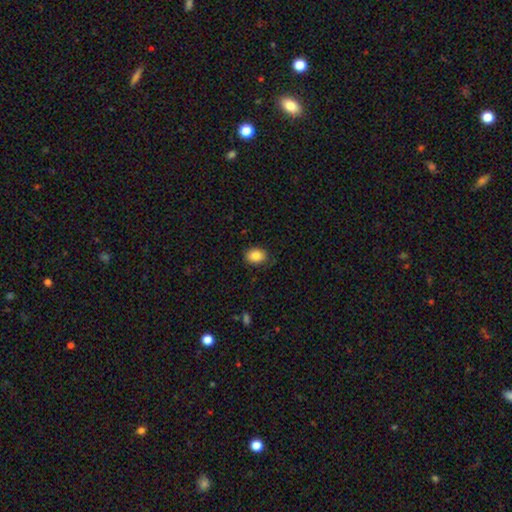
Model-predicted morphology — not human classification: This is clearly a smooth galaxy (86%). How rounded: likely in between (69%). Merging: clearly none (81%).